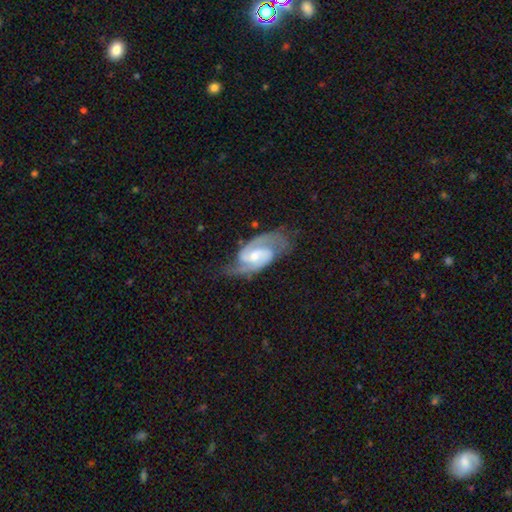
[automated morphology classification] This appears to be a featured or disk galaxy (88%) with a weak bar (49%), 2 (89%) medium (56%) spiral arms (97%) and a moderate central bulge (48%). Merging: none (67%).